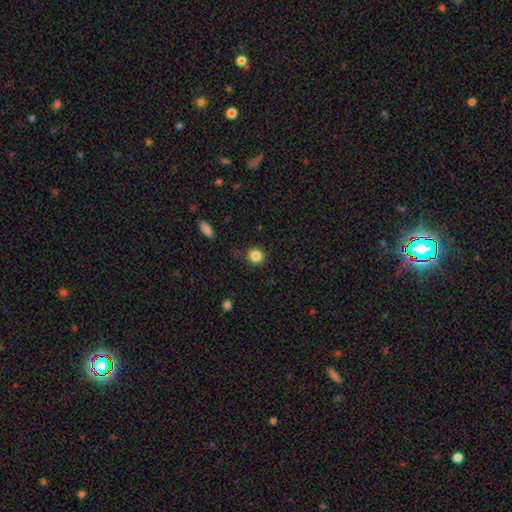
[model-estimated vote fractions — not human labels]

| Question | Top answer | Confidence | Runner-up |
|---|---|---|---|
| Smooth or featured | smooth | 85% | star or artifact (11%) |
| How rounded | round | 89% | in between (10%) |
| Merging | none | 83% | minor disturbance (12%) |